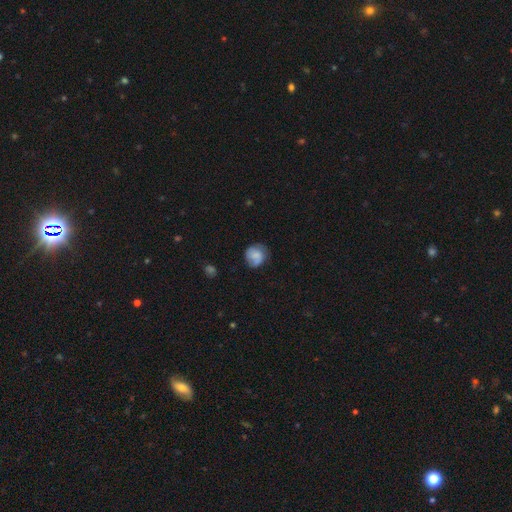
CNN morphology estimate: Smooth or featured: smooth — 61% (featured or disk — 30%)
How rounded: round — 81% (in between — 18%)
Merging: none — 63% (minor disturbance — 25%)